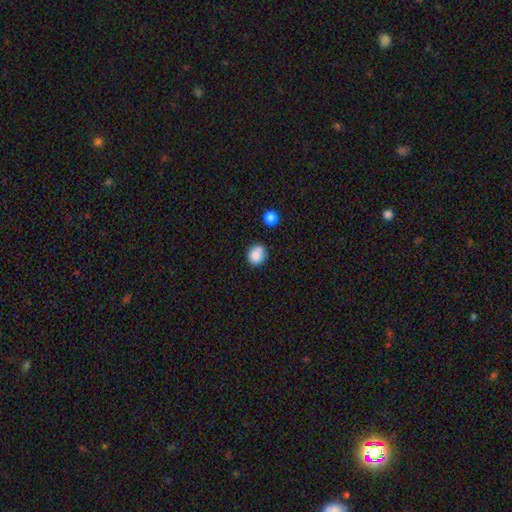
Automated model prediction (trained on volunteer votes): smooth_or_featured: smooth (p=0.84) [alt: star or artifact p=0.10]
how_rounded: round (p=0.74) [alt: in between p=0.25]
merging: none (p=0.68) [alt: minor disturbance p=0.17]